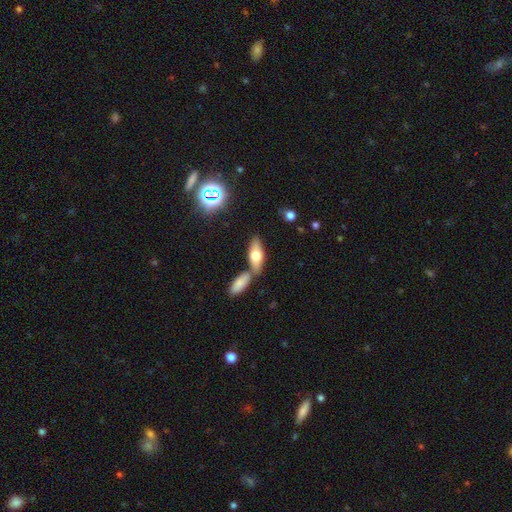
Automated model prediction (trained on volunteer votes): This appears to be a smooth galaxy with no disk features (63%) that is in between round and cigar-shaped (70%). Merging: none (57%).